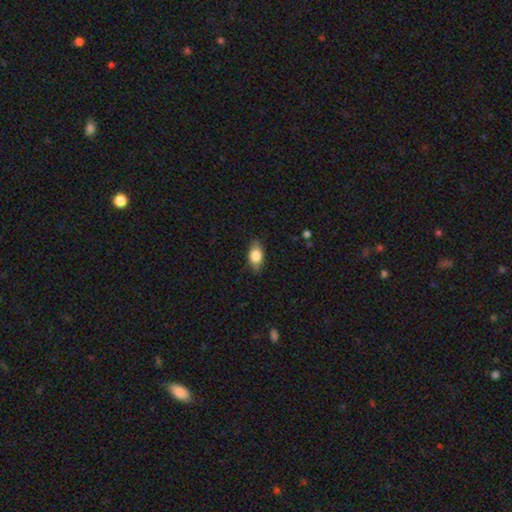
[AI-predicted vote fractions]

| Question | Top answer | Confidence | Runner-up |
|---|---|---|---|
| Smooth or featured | smooth | 79% | featured or disk (14%) |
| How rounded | in between | 84% | round (10%) |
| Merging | none | 81% | minor disturbance (15%) |